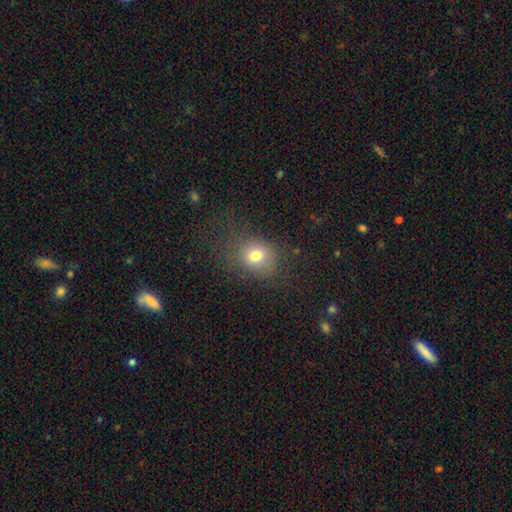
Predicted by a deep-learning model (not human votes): Smooth or featured?
  - smooth: 74% *
  - star or artifact: 15%
  - featured or disk: 11%
How rounded?
  - round: 64% *
  - in between: 35%
  - cigar-shaped: 1%
Merging?
  - none: 68% *
  - minor disturbance: 16%
  - major disturbance: 14%
  - merger: 2%